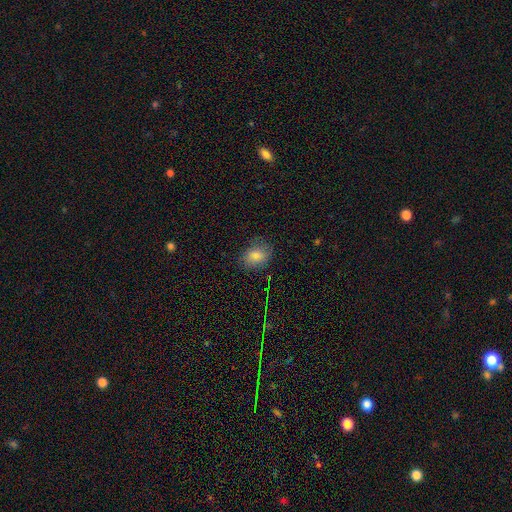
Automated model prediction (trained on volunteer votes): The model was most divided on "how rounded": in between: 59%, round: 40%, cigar-shaped: 1%. More confident: merging — none (77%); smooth or featured — smooth (74%).